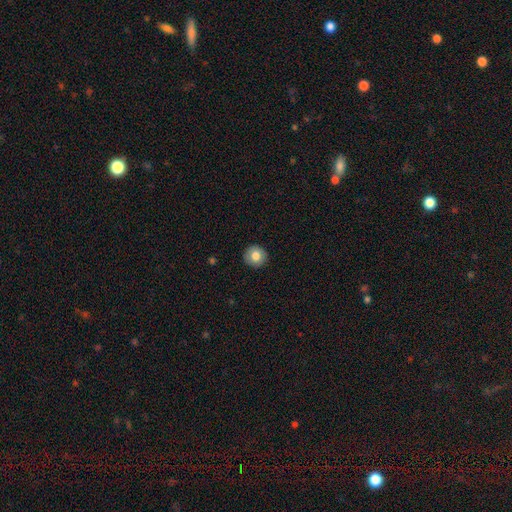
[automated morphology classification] Smooth or featured: smooth — 80% (featured or disk — 12%)
How rounded: round — 91% (in between — 8%)
Merging: none — 91% (minor disturbance — 6%)